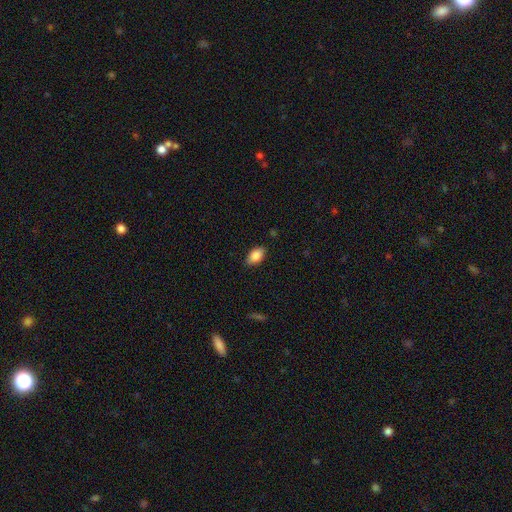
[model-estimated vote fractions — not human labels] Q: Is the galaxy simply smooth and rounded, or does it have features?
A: smooth — 87%.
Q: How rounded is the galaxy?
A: in between — 92%.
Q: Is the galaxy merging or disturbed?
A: none — 85%.